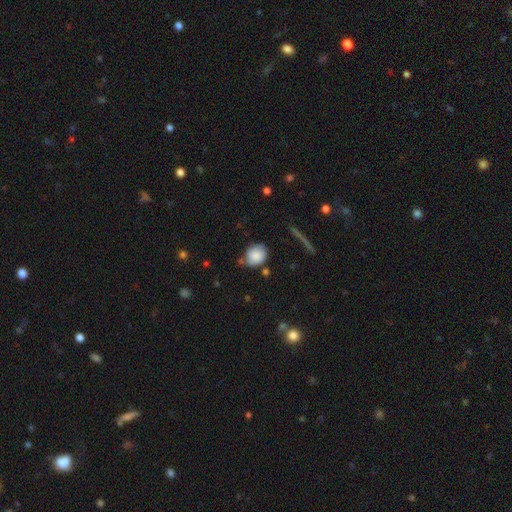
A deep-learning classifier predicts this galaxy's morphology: The model was most divided on "how rounded": round: 62%, in between: 36%, cigar-shaped: 1%. More confident: smooth or featured — smooth (82%); merging — none (60%).